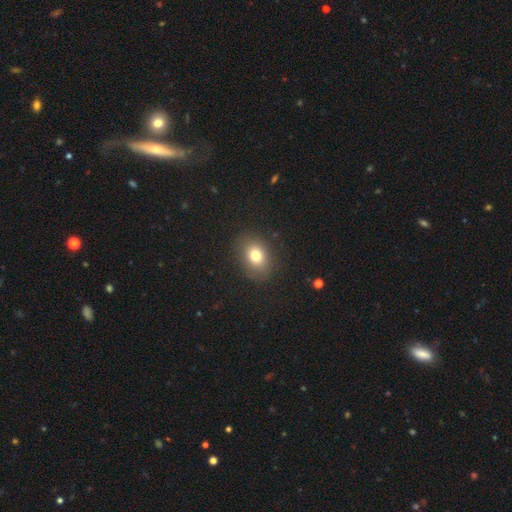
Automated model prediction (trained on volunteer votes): Morphology: type=smooth (77%); roundness=in between (56%); merging=none (86%).